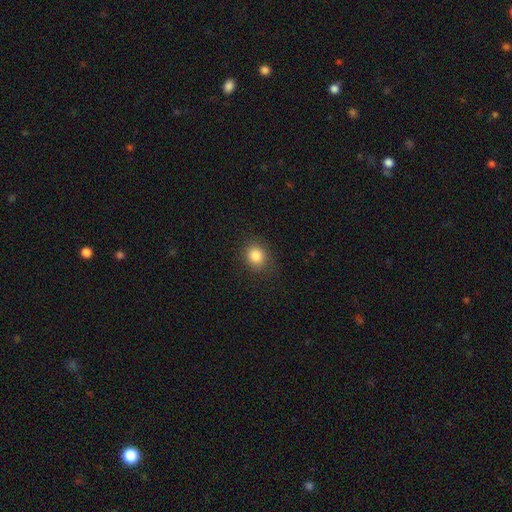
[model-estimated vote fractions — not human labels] smooth-or-featured: smooth: 85% | star or artifact: 10% | featured or disk: 5%
  how-rounded: round: 73% | in between: 26% | cigar-shaped: 1%
  merging: none: 87% | minor disturbance: 9% | major disturbance: 3% | merger: 1%